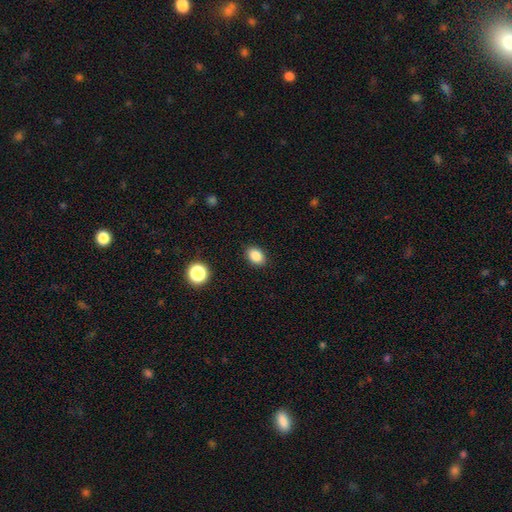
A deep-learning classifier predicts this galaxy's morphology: The model was most divided on "how rounded": in between: 76%, round: 23%, cigar-shaped: 1%. More confident: merging — none (89%); smooth or featured — smooth (86%).